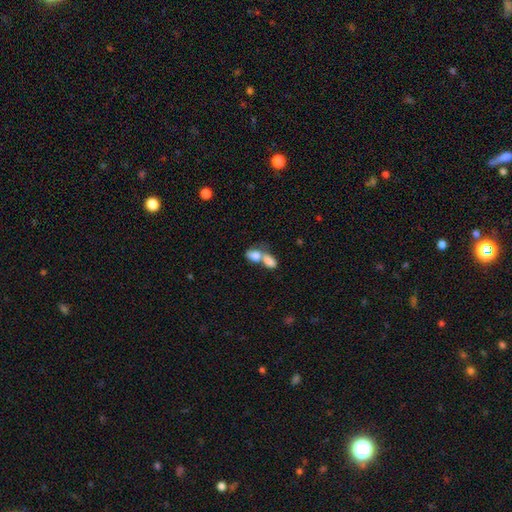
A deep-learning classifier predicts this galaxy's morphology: Q: Smooth or featured?
A: smooth (79%); runner-up: featured or disk (13%)
Q: How rounded?
A: in between (83%); runner-up: round (14%)
Q: Merging?
A: merger (73%); runner-up: none (16%)